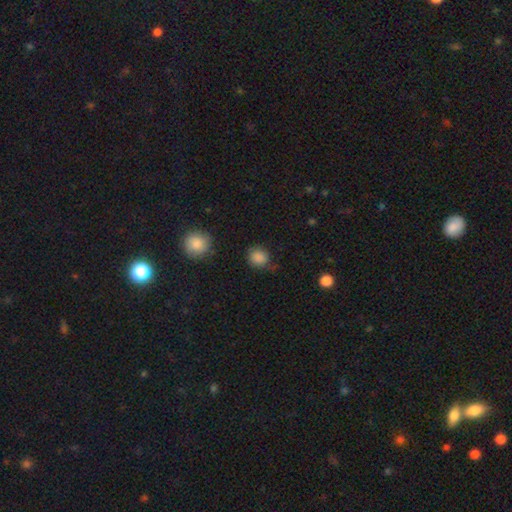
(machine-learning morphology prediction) Smooth or featured? smooth (84%)
How rounded? round (83%)
Merging? none (76%)